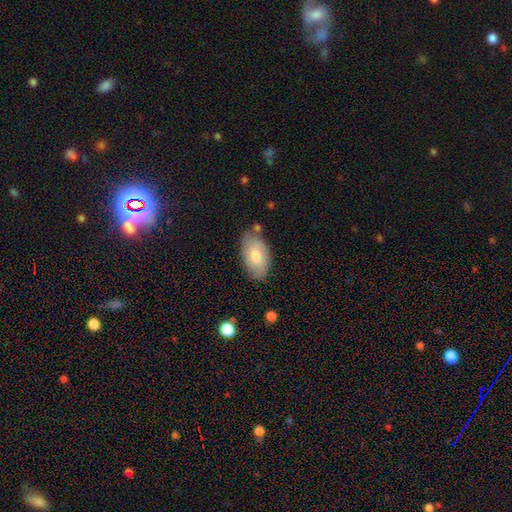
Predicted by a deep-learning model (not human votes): smooth 72%, featured or disk 21%, star or artifact 6%. Down the decision tree: how rounded — in between (94%); merging — none (77%).